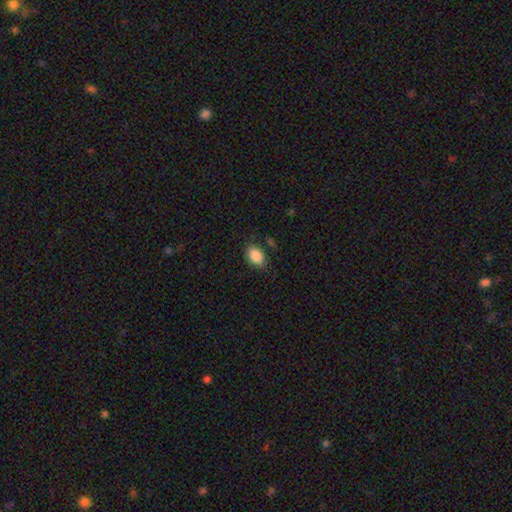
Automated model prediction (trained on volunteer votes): Smooth or featured? Predicted: smooth (p=0.88). How rounded? Predicted: in between (p=0.86). Merging? Predicted: none (p=0.80).